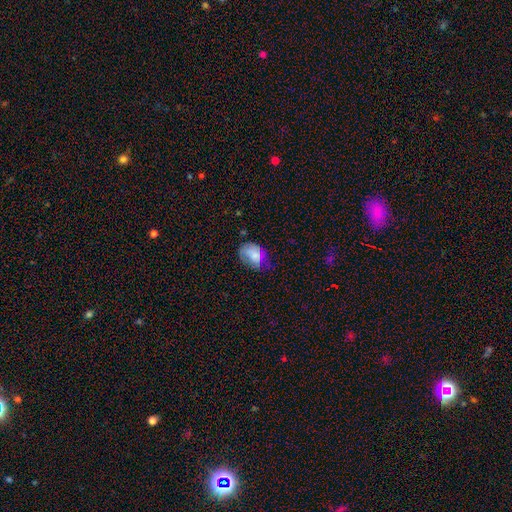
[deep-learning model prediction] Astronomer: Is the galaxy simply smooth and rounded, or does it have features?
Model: smooth — 71%.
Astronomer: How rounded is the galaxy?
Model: in between — 81%.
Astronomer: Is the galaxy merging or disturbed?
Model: none — 40% (runner-up: minor disturbance, 36%).